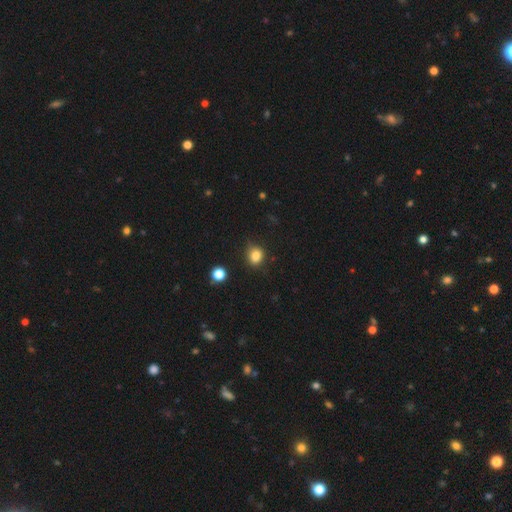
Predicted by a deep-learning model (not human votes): This appears to be a smooth galaxy with no disk features (83%) that is round (61%). Merging: none (69%).